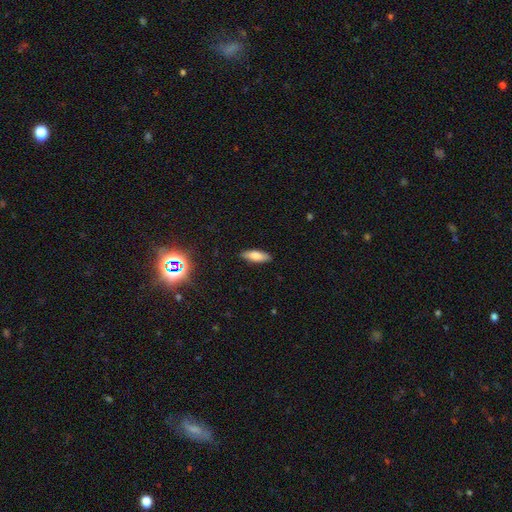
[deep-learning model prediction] Morphology: type=smooth (75%); roundness=in between (55%); merging=none (88%).